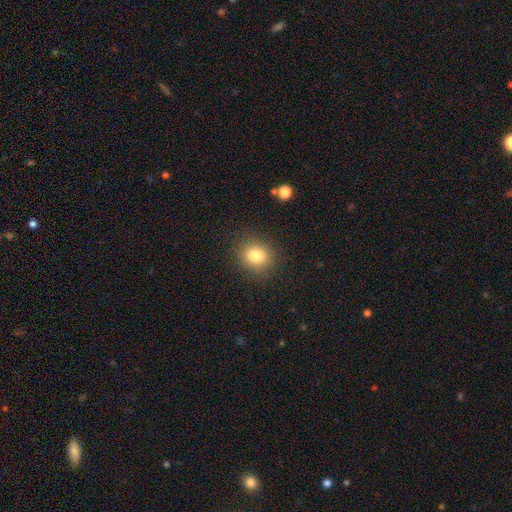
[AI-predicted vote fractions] smooth-or-featured: smooth: 81% | star or artifact: 12% | featured or disk: 7%
  how-rounded: round: 71% | in between: 28% | cigar-shaped: 1%
  merging: none: 87% | minor disturbance: 8% | major disturbance: 3% | merger: 1%